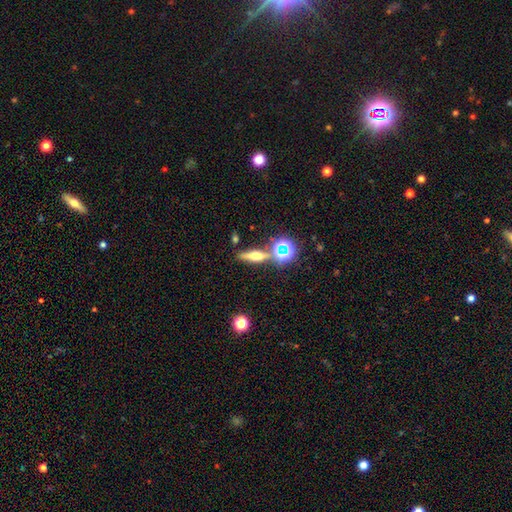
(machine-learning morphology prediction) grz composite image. It shows a featured or disk galaxy (48%). Merging: none (76%).